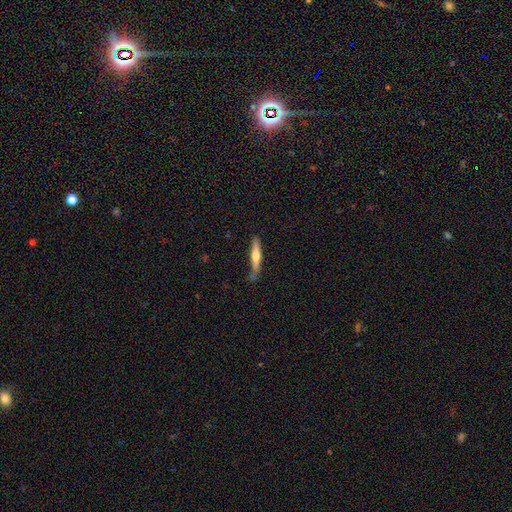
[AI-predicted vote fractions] smooth-or-featured: smooth: 48% | featured or disk: 47% | star or artifact: 5%
  merging: none: 72% | minor disturbance: 20% | merger: 4% | major disturbance: 4%